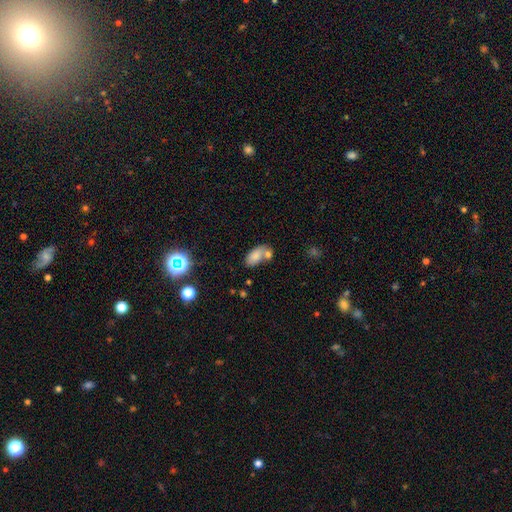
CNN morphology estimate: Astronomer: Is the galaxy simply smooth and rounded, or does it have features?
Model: smooth — 78%.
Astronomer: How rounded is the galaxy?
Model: in between — 91%.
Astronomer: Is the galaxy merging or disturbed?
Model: none — 43% (runner-up: merger, 37%).